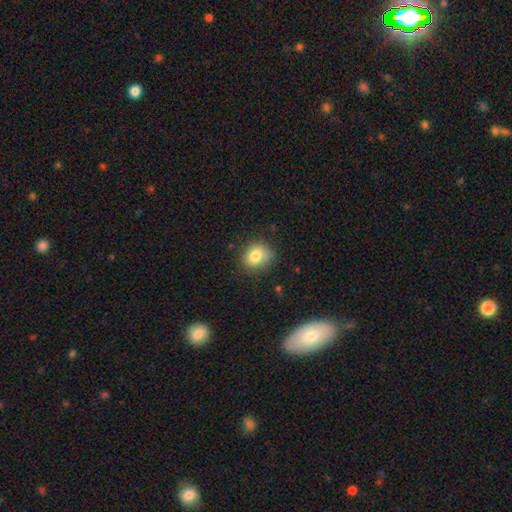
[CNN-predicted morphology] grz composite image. It shows a smooth galaxy with no disk features (81%) that is round (61%). Merging: none (76%).